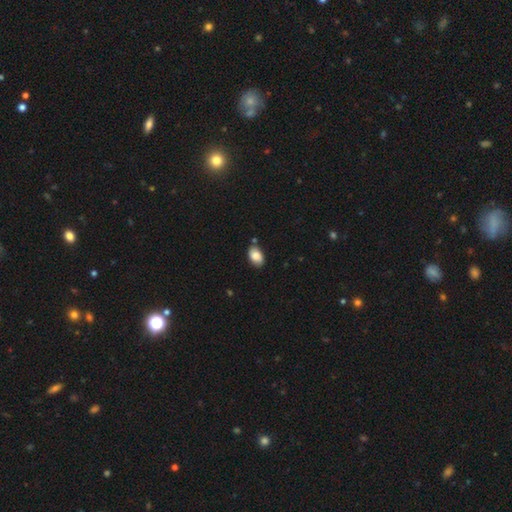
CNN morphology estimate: Smooth or featured?
  - smooth: 86% *
  - featured or disk: 7%
  - star or artifact: 7%
How rounded?
  - in between: 90% *
  - round: 9%
  - cigar-shaped: 1%
Merging?
  - none: 76% *
  - minor disturbance: 16%
  - merger: 5%
  - major disturbance: 3%